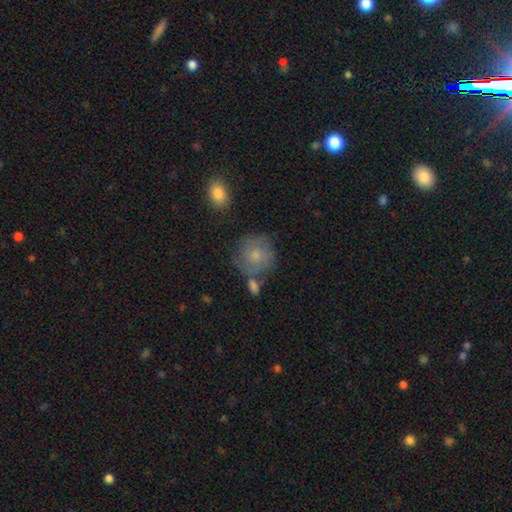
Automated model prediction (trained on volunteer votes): The model was most divided on "smooth or featured": smooth: 66%, featured or disk: 26%, star or artifact: 8%. More confident: how rounded — round (90%); merging — none (63%).